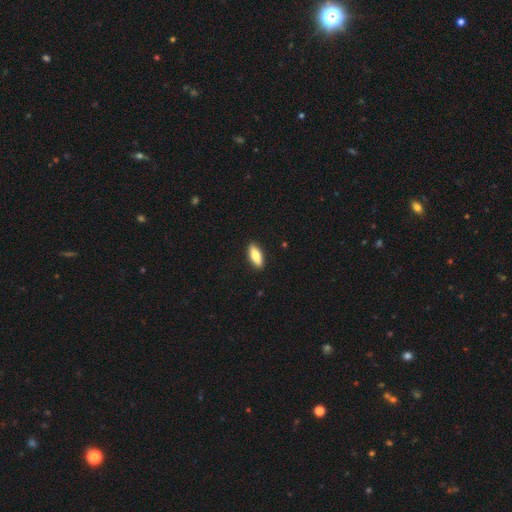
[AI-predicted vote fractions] Overall: smooth (80%). How rounded: in between (72%). Merging: none (90%).